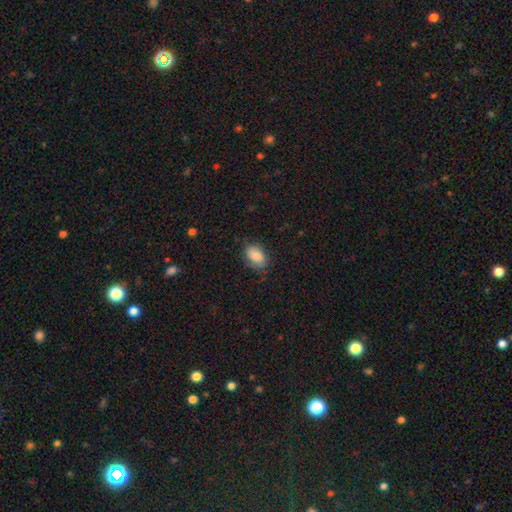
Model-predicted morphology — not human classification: This appears to be a smooth galaxy with no disk features (84%) that is in between round and cigar-shaped (88%). Merging: none (75%).